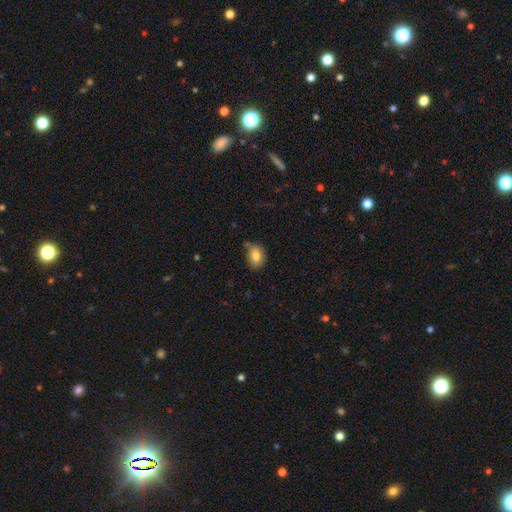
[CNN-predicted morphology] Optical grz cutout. It shows a smooth galaxy with no disk features (82%) that is in between round and cigar-shaped (81%). Merging: none (66%).